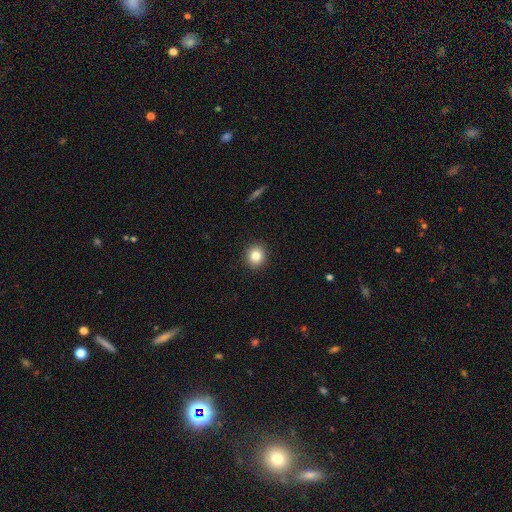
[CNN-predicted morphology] A smooth galaxy with no disk features (83%) that is round (85%).

Vote fractions:
- Smooth or featured? smooth: 83% / star or artifact: 10% / featured or disk: 7%
- How rounded? round: 85% / in between: 14% / cigar-shaped: 1%
- Merging? none: 92% / minor disturbance: 5% / major disturbance: 2% / merger: 1%